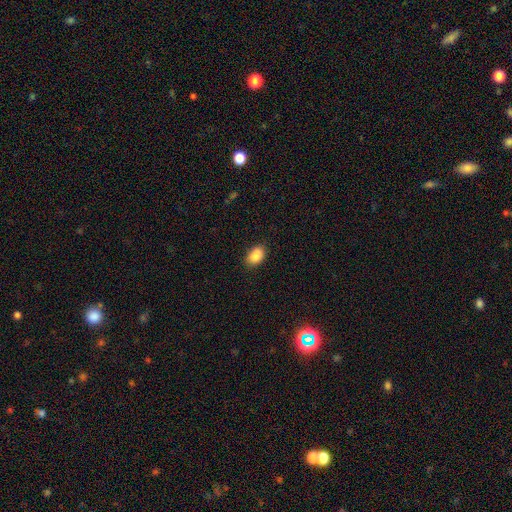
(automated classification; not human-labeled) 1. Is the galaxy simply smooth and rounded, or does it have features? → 87% smooth, 8% star or artifact, 5% featured or disk.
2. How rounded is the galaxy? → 87% in between, 12% round, 1% cigar-shaped.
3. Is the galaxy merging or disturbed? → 85% none, 11% minor disturbance, 2% major disturbance, 1% merger.